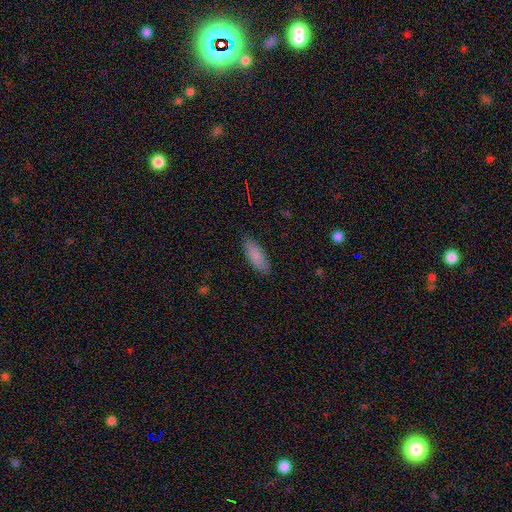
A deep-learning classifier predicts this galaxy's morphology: smooth_or_featured: smooth (p=0.85) [alt: featured or disk p=0.08]
how_rounded: in between (p=0.72) [alt: cigar-shaped p=0.26]
merging: none (p=0.84) [alt: minor disturbance p=0.12]